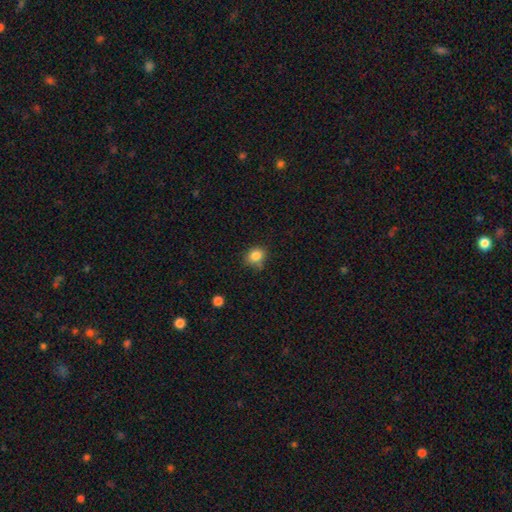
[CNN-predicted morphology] Overall: smooth (84%). How rounded: round (69%; in between 30%). Merging: none (68%).